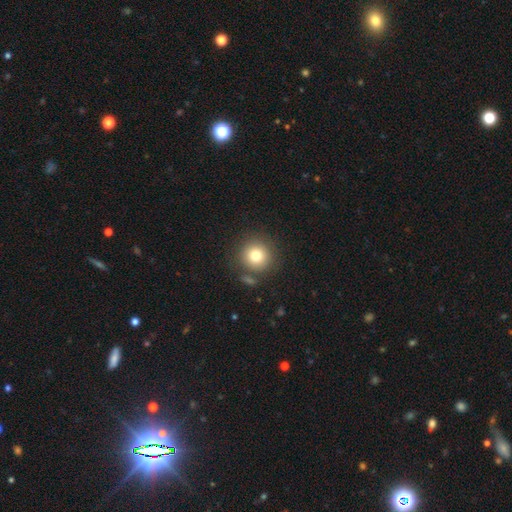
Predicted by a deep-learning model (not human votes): A smooth galaxy with no disk features (78%) that is round (94%). Merging: none (81%).